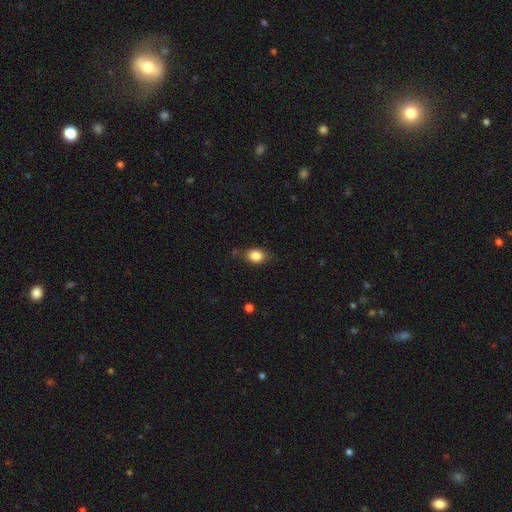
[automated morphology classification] This is clearly a smooth galaxy (84%). How rounded: likely in between (62%). Merging: likely none (74%).